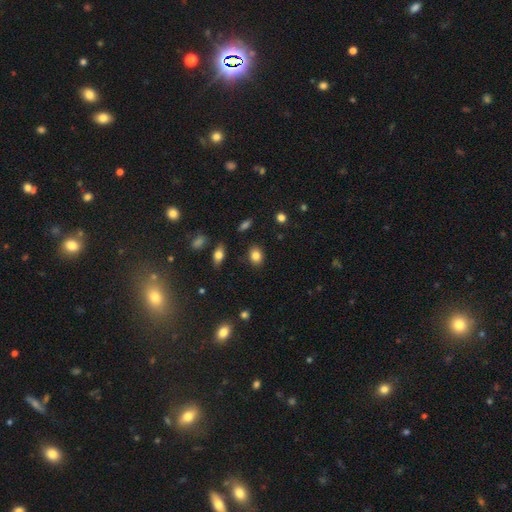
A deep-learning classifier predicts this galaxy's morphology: Q: Smooth or featured?
A: smooth (84%); runner-up: star or artifact (9%)
Q: How rounded?
A: in between (57%); runner-up: round (42%)
Q: Merging?
A: none (87%); runner-up: minor disturbance (9%)